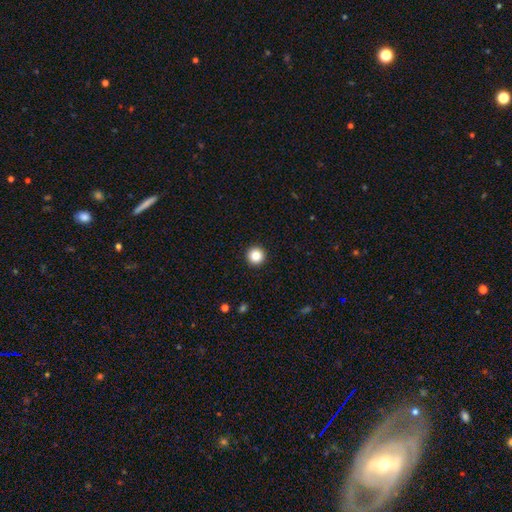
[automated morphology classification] Smooth or featured: smooth — 85% (star or artifact — 11%)
How rounded: round — 97% (in between — 2%)
Merging: none — 94% (minor disturbance — 3%)